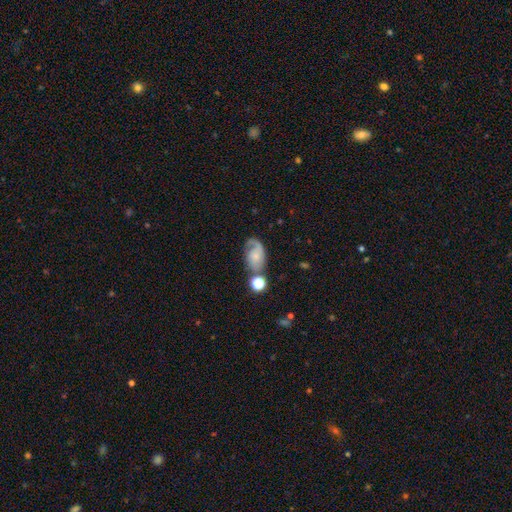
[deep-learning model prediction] A featured or disk galaxy (51%).

Vote fractions:
- Smooth or featured? featured or disk: 51% / smooth: 38% / star or artifact: 11%
- Edge-on disk? no: 95% / yes: 5%
- Merging? none: 43% / minor disturbance: 24% / major disturbance: 19% / merger: 14%